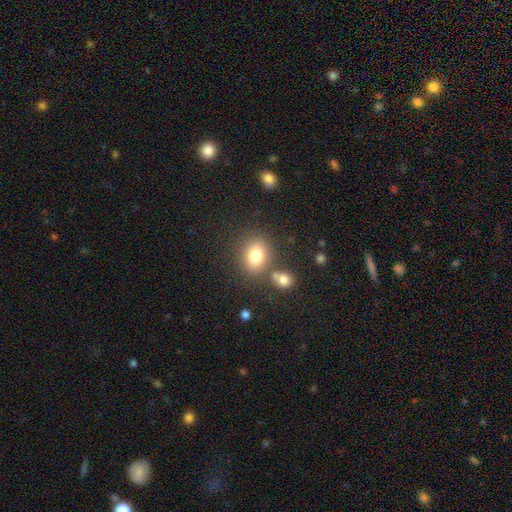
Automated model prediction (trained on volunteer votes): The model was most divided on "how rounded": in between: 56%, round: 42%, cigar-shaped: 1%. More confident: smooth or featured — smooth (80%); merging — none (71%).